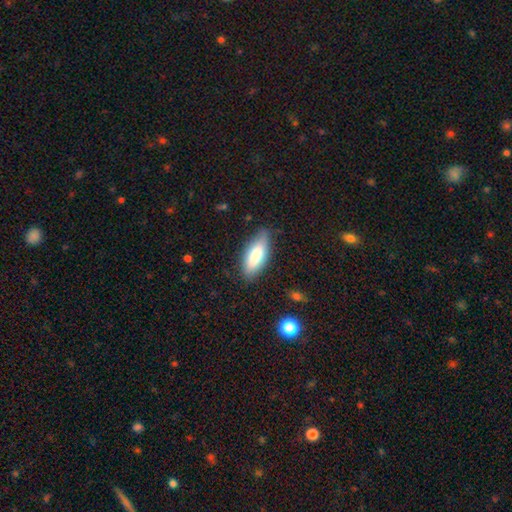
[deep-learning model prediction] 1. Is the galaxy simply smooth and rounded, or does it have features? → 77% smooth, 17% featured or disk, 6% star or artifact.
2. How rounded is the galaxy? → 76% in between, 22% cigar-shaped, 2% round.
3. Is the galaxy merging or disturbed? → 76% none, 18% minor disturbance, 4% major disturbance, 1% merger.